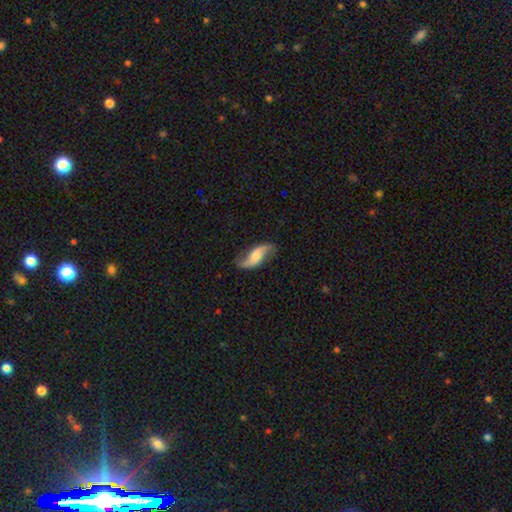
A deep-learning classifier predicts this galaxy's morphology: This appears to be a featured or disk galaxy (78%) with no bar (45%), 2 (93%) loose (78%) spiral arms (95%) and a moderate central bulge (39%). Merging: none (77%).